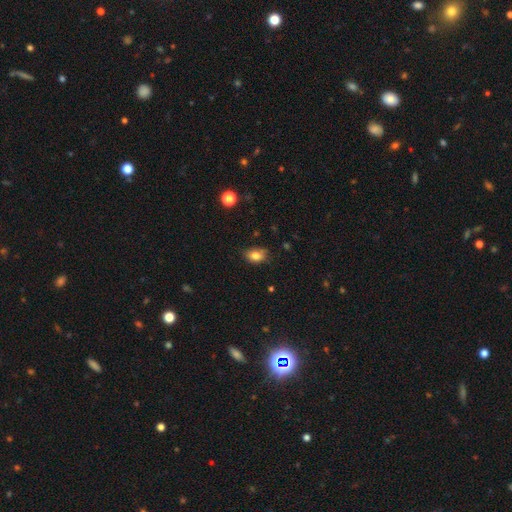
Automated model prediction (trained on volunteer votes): smooth_or_featured: smooth (p=0.82) [alt: star or artifact p=0.10]
how_rounded: in between (p=0.78) [alt: round p=0.20]
merging: none (p=0.71) [alt: minor disturbance p=0.22]